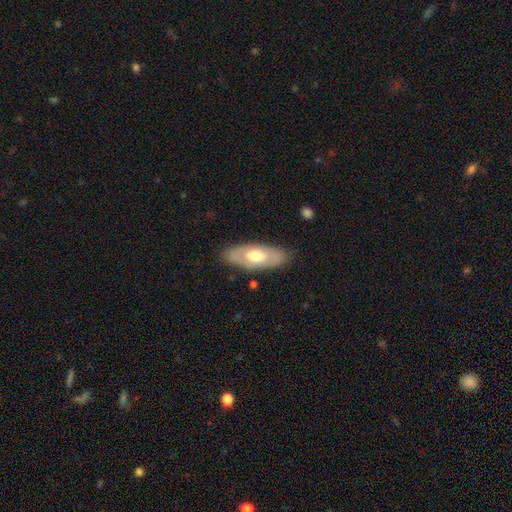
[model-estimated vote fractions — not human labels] A smooth galaxy with no disk features (50%) that is in between round and cigar-shaped (81%). Merging: none (81%).